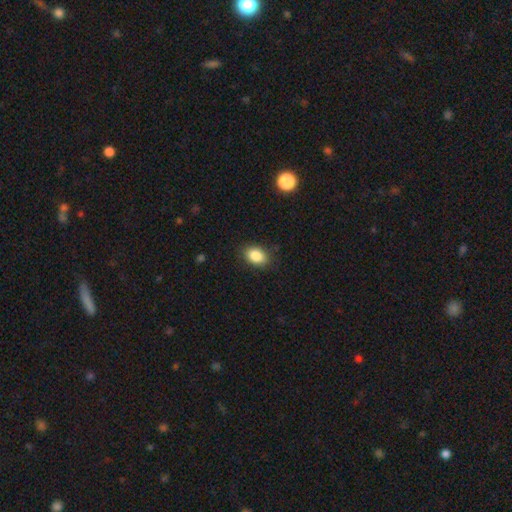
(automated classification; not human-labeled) Smooth or featured?
  - smooth: 86% *
  - star or artifact: 9%
  - featured or disk: 5%
How rounded?
  - in between: 78% *
  - round: 21%
  - cigar-shaped: 1%
Merging?
  - none: 86% *
  - minor disturbance: 10%
  - major disturbance: 3%
  - merger: 1%